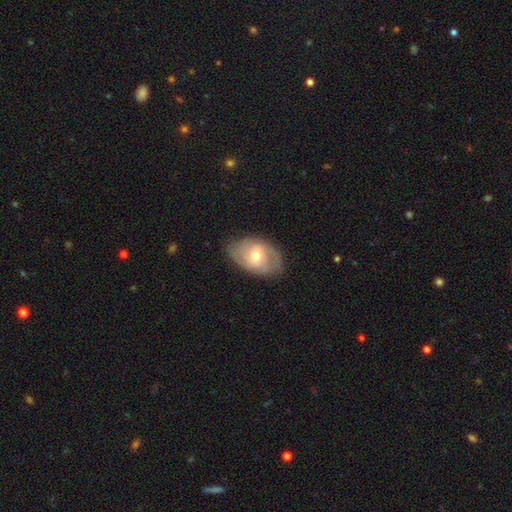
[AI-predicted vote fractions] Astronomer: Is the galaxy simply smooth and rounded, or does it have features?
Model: featured or disk — 58% (runner-up: smooth, 35%).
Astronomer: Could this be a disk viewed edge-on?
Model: no — 93%.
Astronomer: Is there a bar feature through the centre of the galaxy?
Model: no — 54% (runner-up: weak, 37%).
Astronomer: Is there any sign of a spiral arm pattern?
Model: yes — 73%.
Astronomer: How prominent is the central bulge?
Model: moderate — 67%.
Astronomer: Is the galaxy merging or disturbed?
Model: none — 73%.